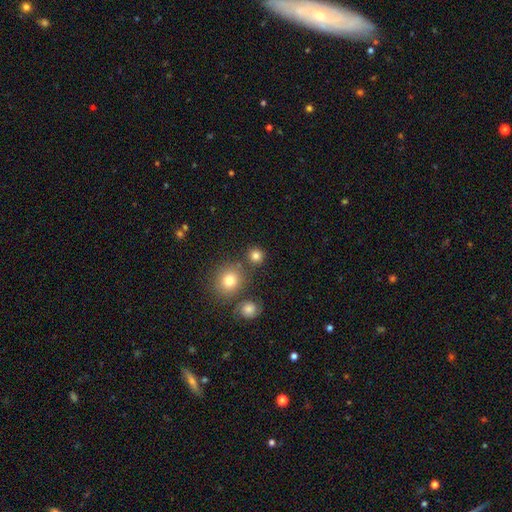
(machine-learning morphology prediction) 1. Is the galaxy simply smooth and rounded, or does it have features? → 81% smooth, 12% star or artifact, 6% featured or disk.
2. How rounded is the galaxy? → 91% round, 8% in between, 1% cigar-shaped.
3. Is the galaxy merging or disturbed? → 80% none, 10% merger, 7% minor disturbance, 3% major disturbance.